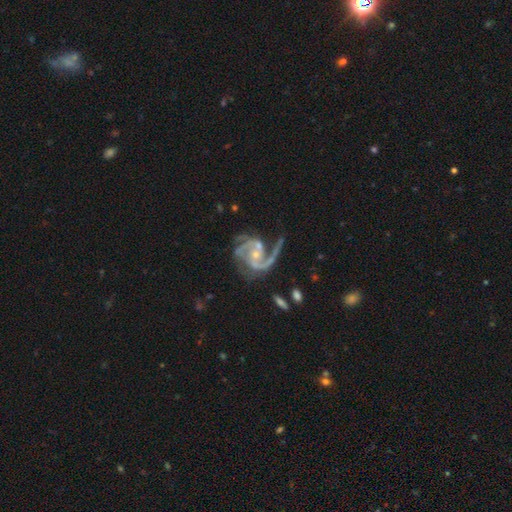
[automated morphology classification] Smooth or featured: featured or disk — 92% (star or artifact — 5%)
Edge-on disk: no — 98% (yes — 2%)
Bar: no — 62% (weak — 28%)
Spiral arms: yes — 98% (no — 2%)
Spiral winding: medium — 56% (tight — 26%)
Spiral arm count: 2 — 54% (3 — 25%)
Bulge size: small — 67% (moderate — 28%)
Merging: none — 52% (major disturbance — 21%)